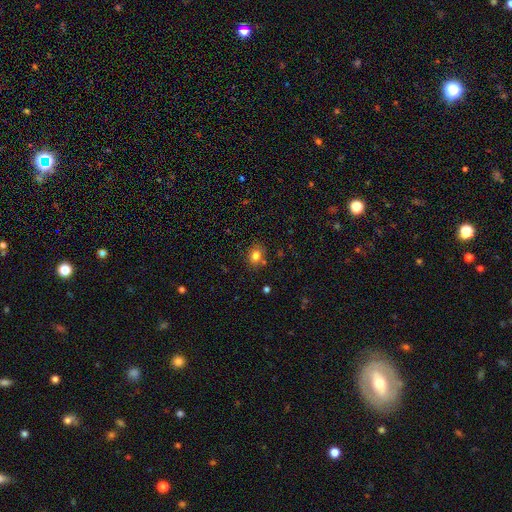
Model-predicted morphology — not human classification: Q: Smooth or featured?
A: smooth (80%); runner-up: star or artifact (12%)
Q: How rounded?
A: in between (52%); runner-up: round (47%)
Q: Merging?
A: none (78%); runner-up: minor disturbance (13%)